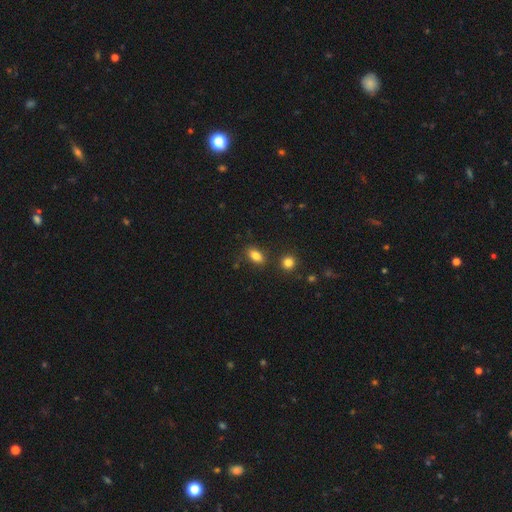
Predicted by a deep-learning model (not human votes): smooth_or_featured: smooth (p=0.84) [alt: star or artifact p=0.10]
how_rounded: in between (p=0.87) [alt: round p=0.08]
merging: none (p=0.81) [alt: minor disturbance p=0.11]